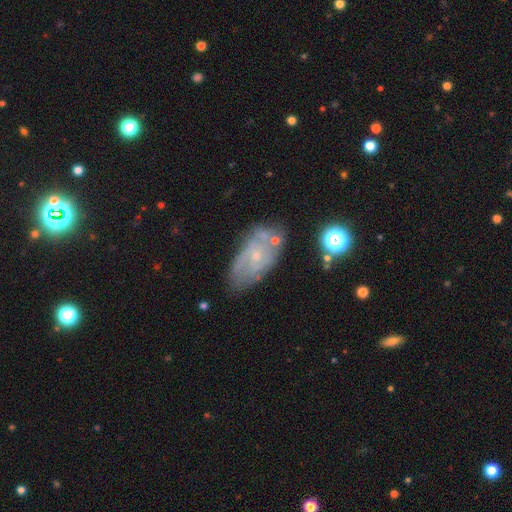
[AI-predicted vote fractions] smooth-or-featured: featured or disk: 69% | smooth: 22% | star or artifact: 9%
  disk-edge-on: no: 94% | yes: 6%
    bar: no: 69% | weak: 27% | strong: 4%
    has-spiral-arms: yes: 77% | no: 23%
    bulge-size: small: 76% | moderate: 18% | none: 4% | large: 1% | dominant: 1%
  merging: none: 59% | minor disturbance: 24% | major disturbance: 9% | merger: 8%